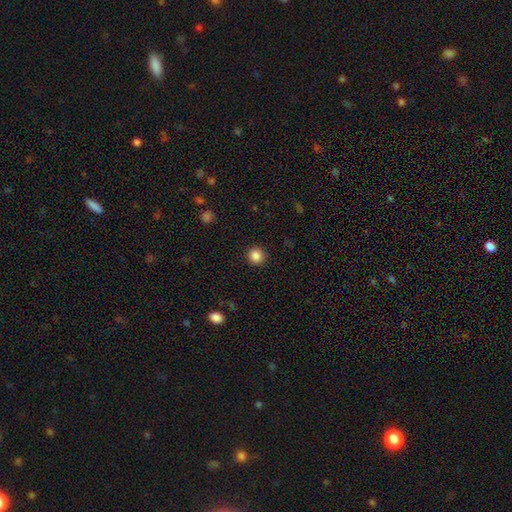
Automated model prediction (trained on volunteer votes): smooth 86%, star or artifact 11%, featured or disk 3%. Down the decision tree: how rounded — round (93%); merging — none (92%).